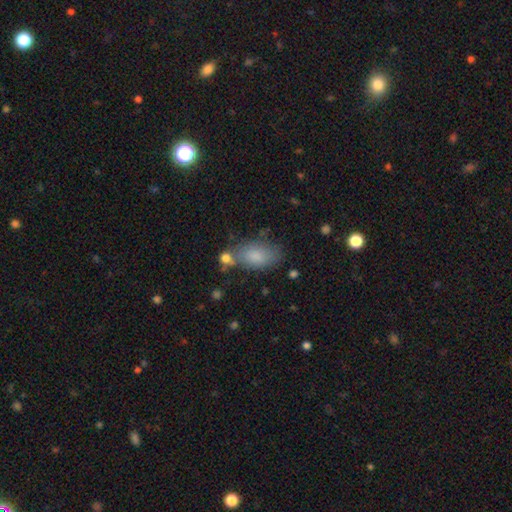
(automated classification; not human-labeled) This appears to be a smooth galaxy with no disk features (82%) that is in between round and cigar-shaped (91%). Merging: none (59%).